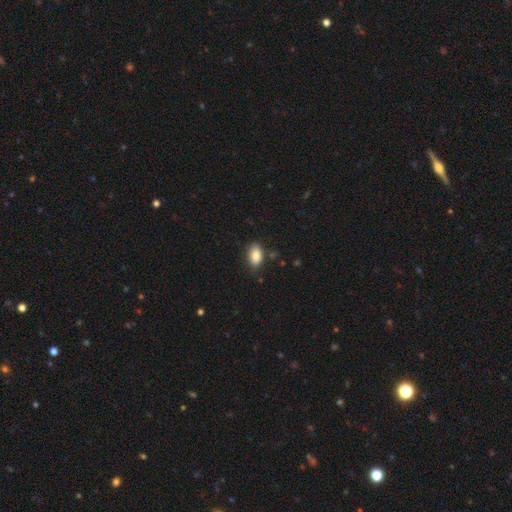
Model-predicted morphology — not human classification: Smooth or featured: smooth — 86% (star or artifact — 8%)
How rounded: in between — 91% (round — 7%)
Merging: none — 82% (minor disturbance — 13%)